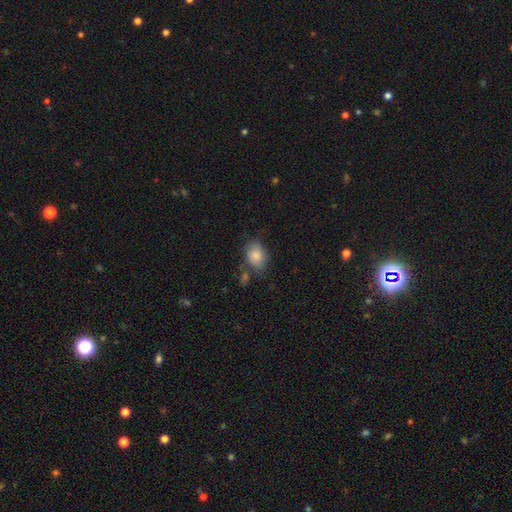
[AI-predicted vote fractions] This is clearly a smooth galaxy (84%). How rounded: likely in between (70%). Merging: likely none (62%).